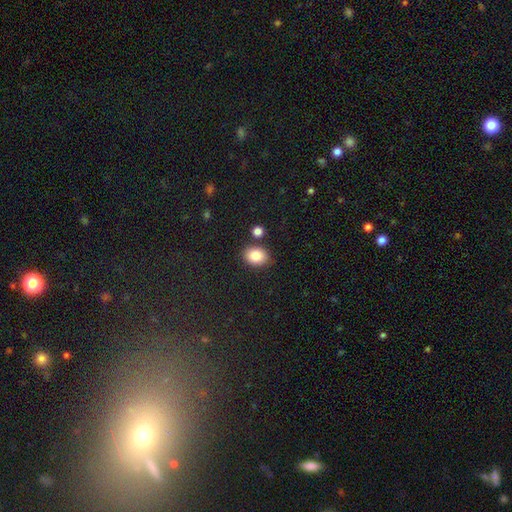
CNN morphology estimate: Q: Smooth or featured?
A: smooth (85%); runner-up: star or artifact (9%)
Q: How rounded?
A: in between (66%); runner-up: round (33%)
Q: Merging?
A: none (80%); runner-up: minor disturbance (11%)